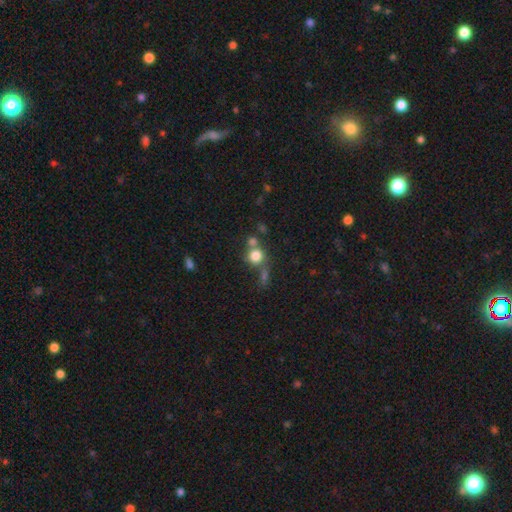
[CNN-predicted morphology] smooth-or-featured: smooth: 78% | star or artifact: 12% | featured or disk: 10%
  how-rounded: round: 88% | in between: 10% | cigar-shaped: 1%
  merging: none: 54% | merger: 28% | minor disturbance: 11% | major disturbance: 7%